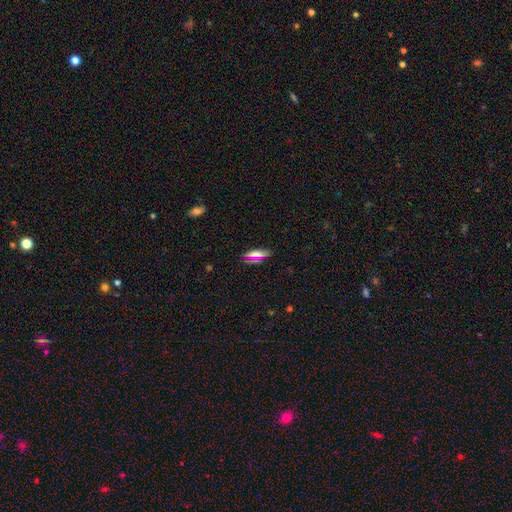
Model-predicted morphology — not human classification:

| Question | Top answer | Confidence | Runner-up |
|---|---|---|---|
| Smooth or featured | smooth | 60% | featured or disk (23%) |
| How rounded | in between | 68% | cigar-shaped (26%) |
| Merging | none | 82% | minor disturbance (12%) |